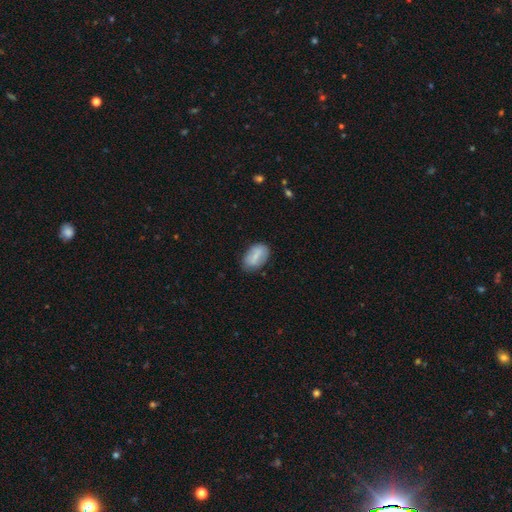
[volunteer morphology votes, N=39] type=smooth (67%); roundness=in between (85%); merging=none (74%).